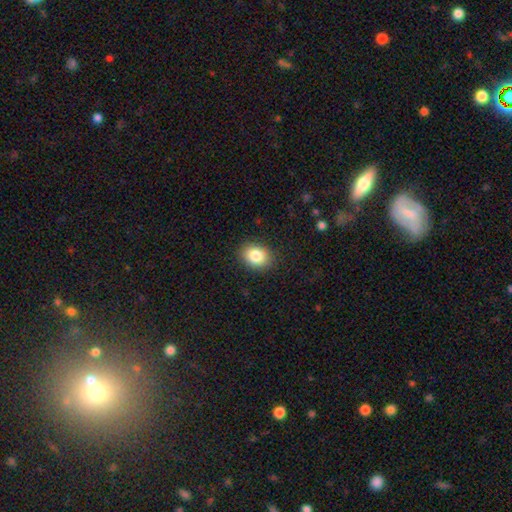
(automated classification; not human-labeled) Morphology: type=smooth (84%); roundness=in between (59%); merging=none (88%).